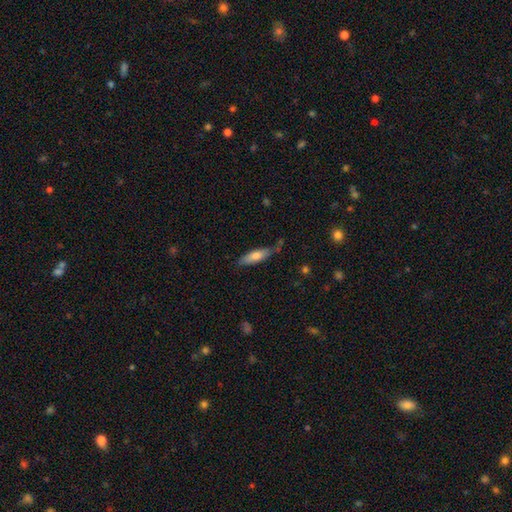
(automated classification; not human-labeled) This appears to be a smooth galaxy with no disk features (70%) that is cigar-shaped (57%). Merging: none (62%).